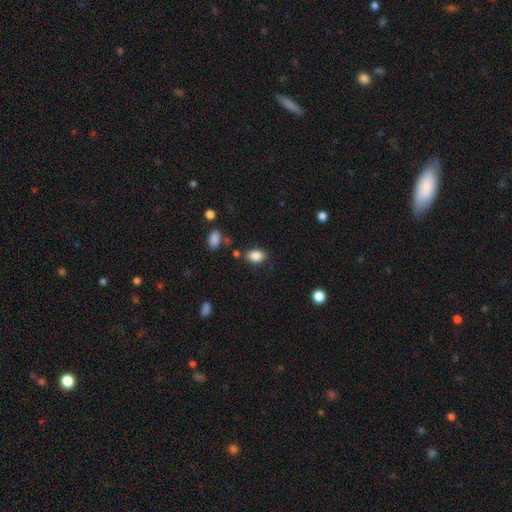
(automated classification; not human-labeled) Smooth or featured? Predicted: smooth (p=0.86). How rounded? Predicted: in between (p=0.82). Merging? Predicted: none (p=0.79).